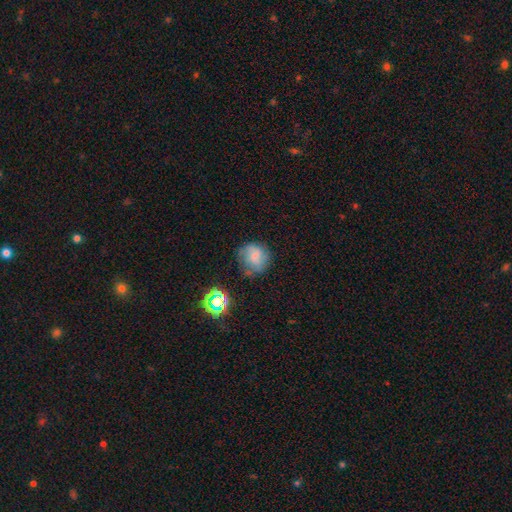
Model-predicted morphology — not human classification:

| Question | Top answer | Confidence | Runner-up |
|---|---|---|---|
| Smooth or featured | smooth | 56% | featured or disk (30%) |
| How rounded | round | 81% | in between (18%) |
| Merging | none | 60% | minor disturbance (26%) |